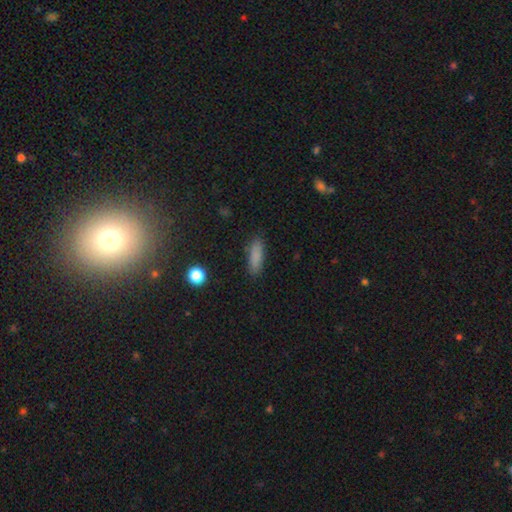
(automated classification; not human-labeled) A smooth galaxy with no disk features (85%) that is cigar-shaped (56%). Merging: none (87%).